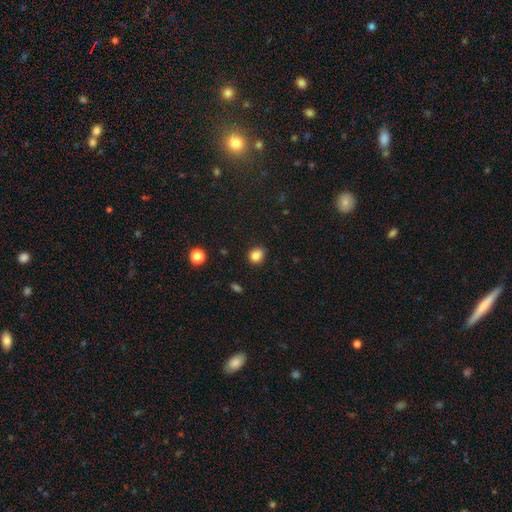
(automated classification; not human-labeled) A smooth galaxy with no disk features (84%) that is round (70%).

Vote fractions:
- Smooth or featured? smooth: 84% / star or artifact: 11% / featured or disk: 5%
- How rounded? round: 70% / in between: 29% / cigar-shaped: 1%
- Merging? none: 81% / minor disturbance: 14% / major disturbance: 3% / merger: 2%